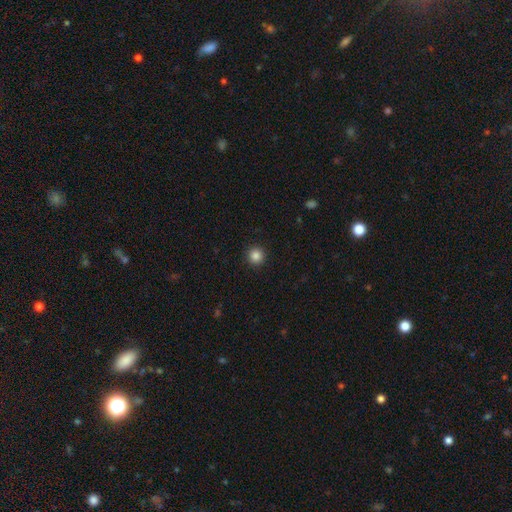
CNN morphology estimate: Smooth or featured?
  - smooth: 86% *
  - star or artifact: 11%
  - featured or disk: 3%
How rounded?
  - round: 95% *
  - in between: 4%
  - cigar-shaped: 1%
Merging?
  - none: 93% *
  - minor disturbance: 5%
  - major disturbance: 2%
  - merger: 1%